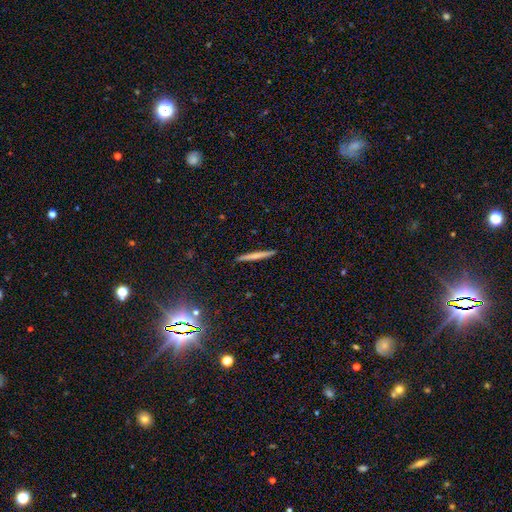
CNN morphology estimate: Overall: smooth (59%; featured or disk 34%). How rounded: cigar-shaped (96%). Merging: none (91%).